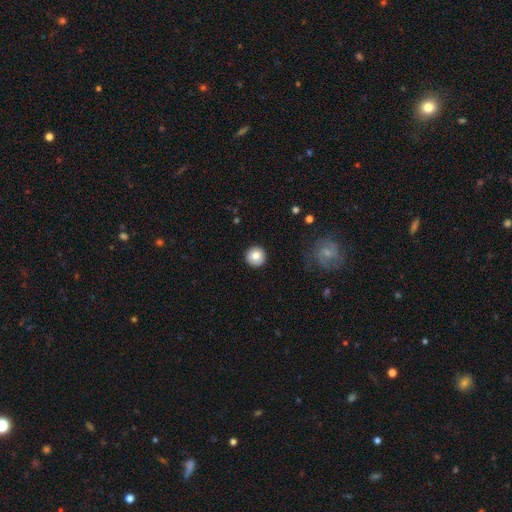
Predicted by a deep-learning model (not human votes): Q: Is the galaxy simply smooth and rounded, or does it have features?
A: smooth — 81%.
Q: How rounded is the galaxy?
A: round — 96%.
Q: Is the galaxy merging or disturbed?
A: none — 92%.